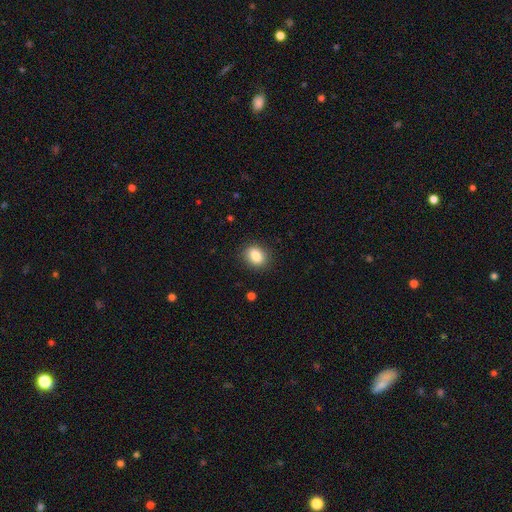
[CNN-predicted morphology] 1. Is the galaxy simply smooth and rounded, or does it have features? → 84% smooth, 9% star or artifact, 7% featured or disk.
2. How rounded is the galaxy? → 63% in between, 36% round, 2% cigar-shaped.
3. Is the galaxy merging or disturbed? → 87% none, 10% minor disturbance, 3% major disturbance, 1% merger.